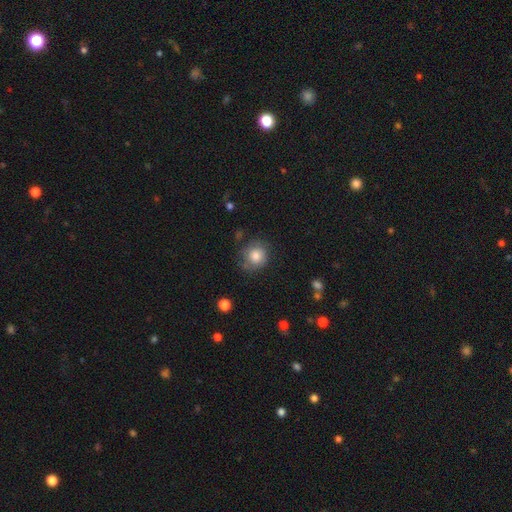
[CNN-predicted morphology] This appears to be a smooth galaxy with no disk features (74%) that is round (86%). Merging: none (66%).